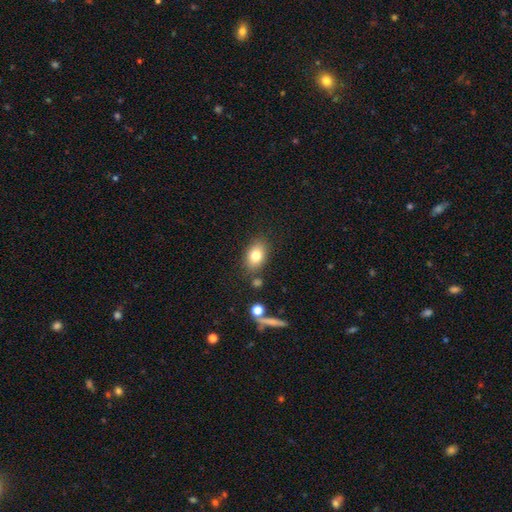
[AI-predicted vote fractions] Smooth or featured? smooth (79%)
How rounded? in between (81%)
Merging? none (78%)